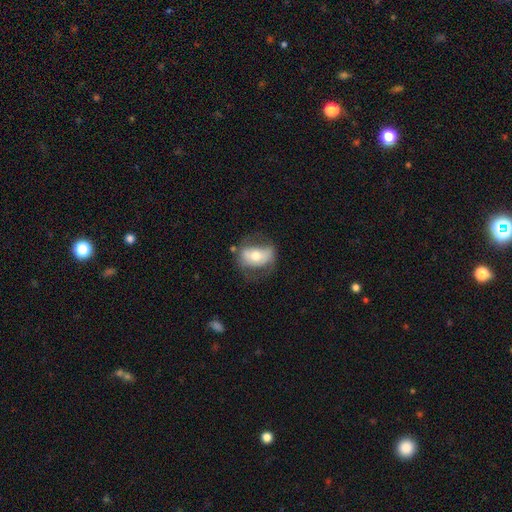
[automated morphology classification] The model was most divided on "smooth or featured": smooth: 50%, featured or disk: 43%, star or artifact: 7%. More confident: how rounded — in between (80%); merging — none (53%).